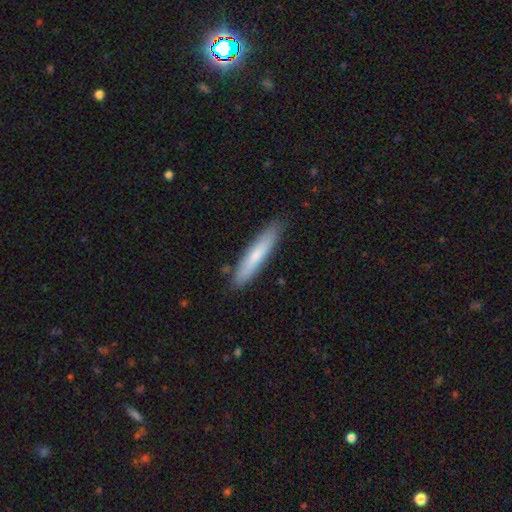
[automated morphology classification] Q: Smooth or featured?
A: smooth (71%); runner-up: featured or disk (24%)
Q: How rounded?
A: cigar-shaped (89%); runner-up: in between (10%)
Q: Merging?
A: none (86%); runner-up: minor disturbance (11%)